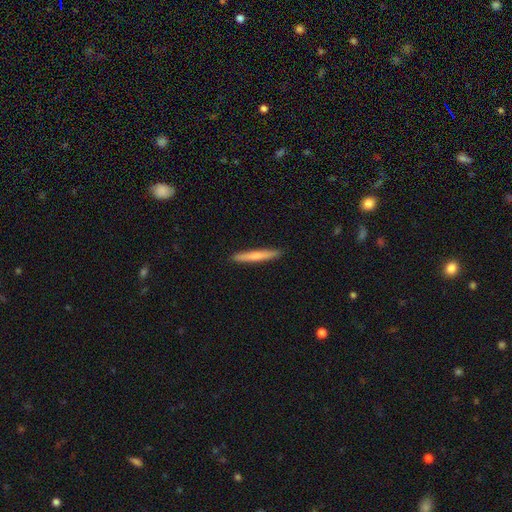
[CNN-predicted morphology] The model was most divided on "smooth or featured": smooth: 66%, featured or disk: 28%, star or artifact: 5%. More confident: how rounded — cigar-shaped (96%); merging — none (92%).